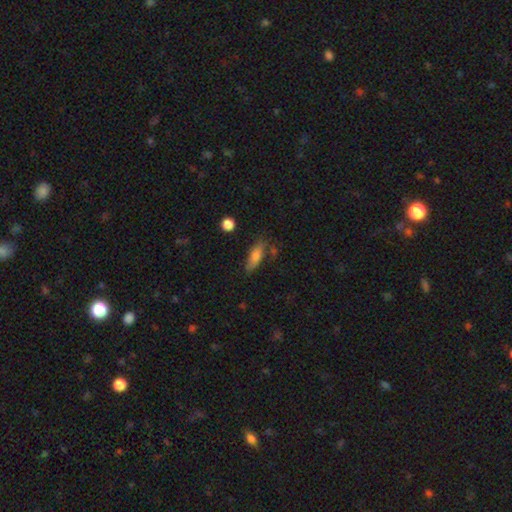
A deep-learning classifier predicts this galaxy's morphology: smooth-or-featured: smooth: 73% | featured or disk: 19% | star or artifact: 8%
  how-rounded: in between: 61% | cigar-shaped: 35% | round: 3%
  merging: none: 71% | minor disturbance: 19% | merger: 6% | major disturbance: 5%